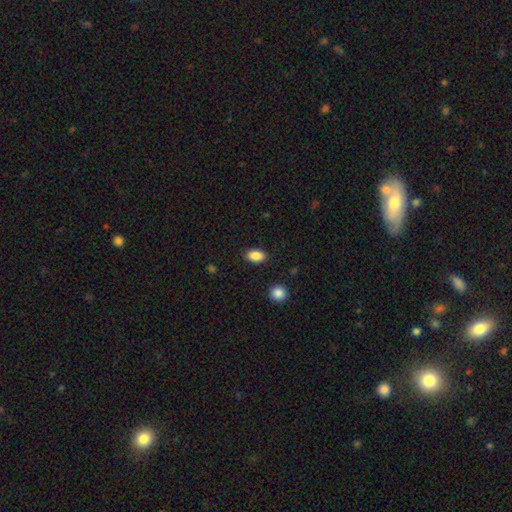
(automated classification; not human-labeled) Smooth or featured: smooth — 88% (star or artifact — 8%)
How rounded: in between — 89% (round — 10%)
Merging: none — 88% (minor disturbance — 8%)